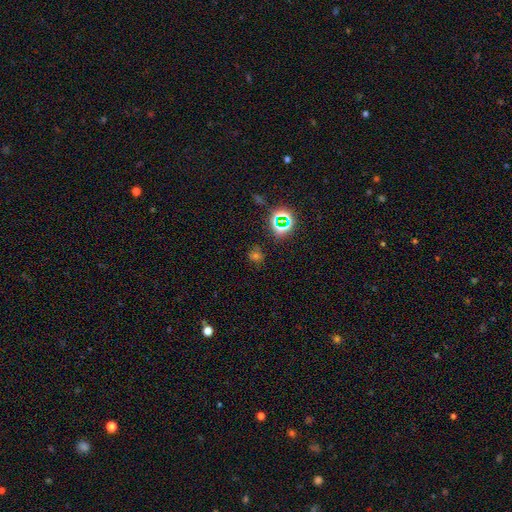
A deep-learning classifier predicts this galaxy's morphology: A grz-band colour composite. It shows a star or artifact, not a galaxy (53%).